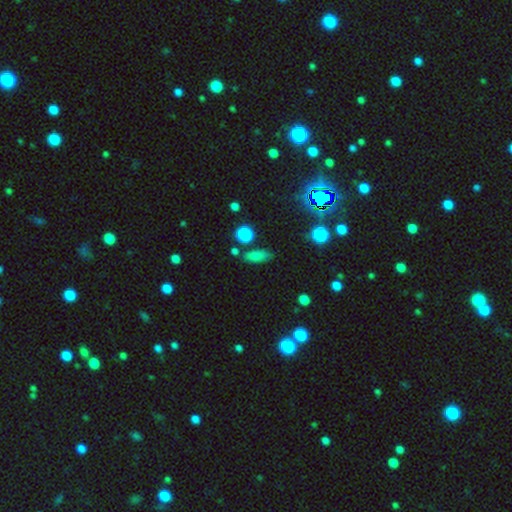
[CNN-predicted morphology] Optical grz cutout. It shows a smooth galaxy with no disk features (71%) that is in between round and cigar-shaped (66%). Merging: none (75%).